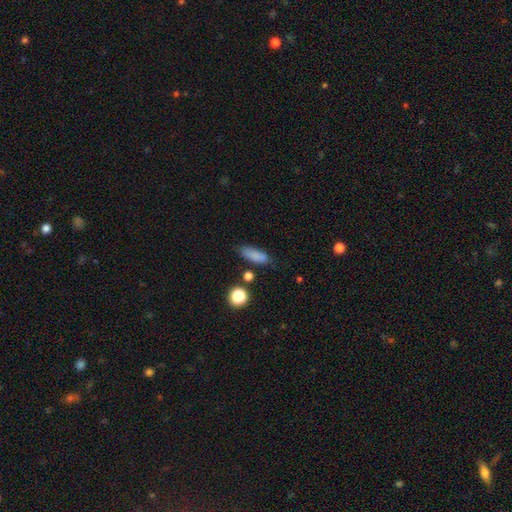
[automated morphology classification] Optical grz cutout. It shows a smooth galaxy with no disk features (83%) that is in between round and cigar-shaped (57%). Merging: none (75%).